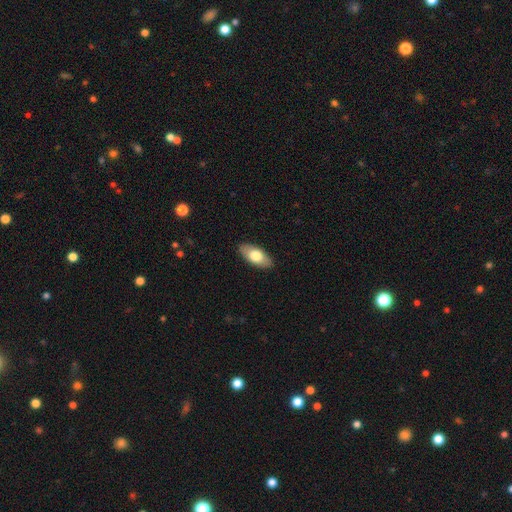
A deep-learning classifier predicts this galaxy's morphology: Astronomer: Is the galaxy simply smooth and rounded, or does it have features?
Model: smooth — 73%.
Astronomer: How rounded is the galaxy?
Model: in between — 89%.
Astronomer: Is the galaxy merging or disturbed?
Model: none — 89%.